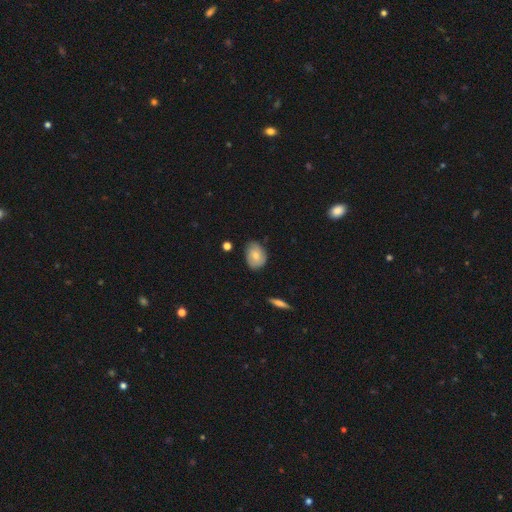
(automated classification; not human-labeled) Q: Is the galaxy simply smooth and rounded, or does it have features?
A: smooth — 69%.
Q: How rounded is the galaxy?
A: in between — 65%.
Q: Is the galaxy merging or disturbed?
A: none — 70%.